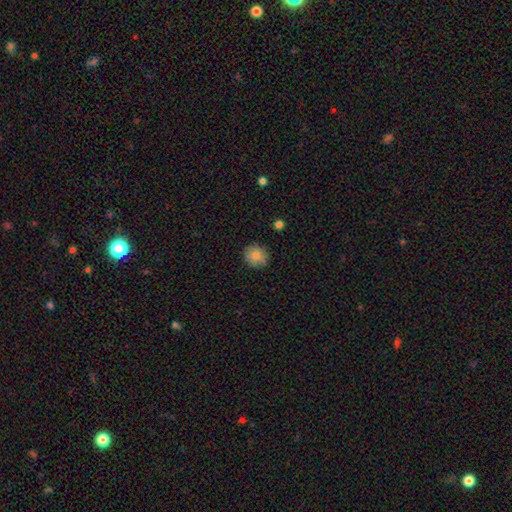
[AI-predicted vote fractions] Q: Smooth or featured?
A: smooth (83%); runner-up: star or artifact (9%)
Q: How rounded?
A: round (81%); runner-up: in between (18%)
Q: Merging?
A: none (85%); runner-up: minor disturbance (11%)